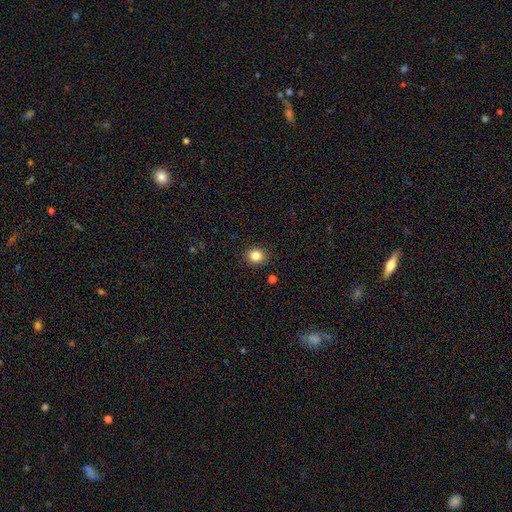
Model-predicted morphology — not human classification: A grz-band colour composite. It shows a smooth galaxy with no disk features (84%) that is round (71%). Merging: none (90%).